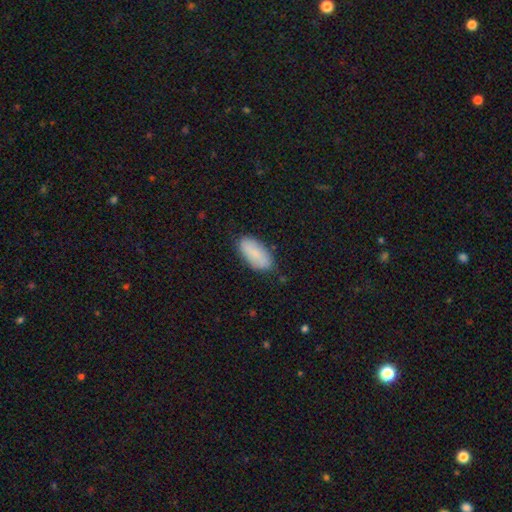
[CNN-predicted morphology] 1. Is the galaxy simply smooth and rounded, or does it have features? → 78% smooth, 14% featured or disk, 8% star or artifact.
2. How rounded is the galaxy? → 90% in between, 8% cigar-shaped, 2% round.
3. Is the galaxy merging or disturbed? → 85% none, 12% minor disturbance, 2% major disturbance, 1% merger.